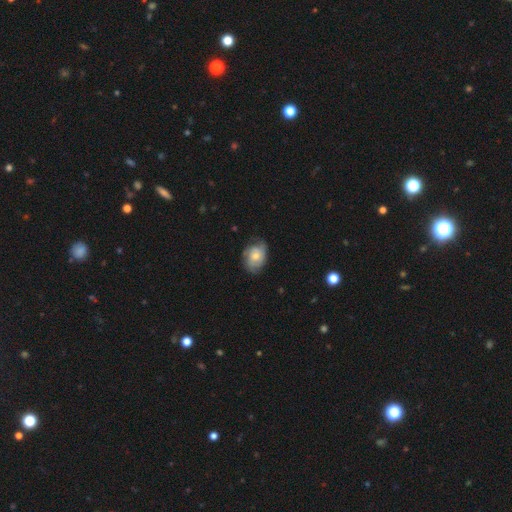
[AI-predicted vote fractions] A featured or disk galaxy (59%) with no bar (77%), spiral arms (86%) and a moderate central bulge (56%).

Vote fractions:
- Smooth or featured? featured or disk: 59% / smooth: 34% / star or artifact: 7%
- Edge-on disk? no: 97% / yes: 3%
- Bar? no: 77% / weak: 20% / strong: 3%
- Spiral arms? yes: 86% / no: 14%
- Bulge size? moderate: 56% / small: 36% / large: 4% / none: 2% / dominant: 1%
- Merging? none: 67% / minor disturbance: 24% / major disturbance: 8% / merger: 1%